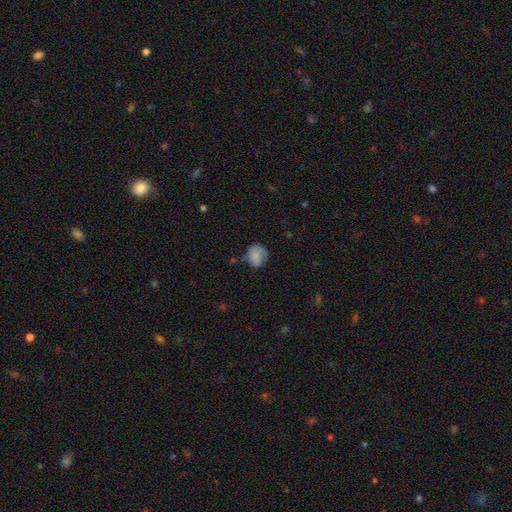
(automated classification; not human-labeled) Q: Smooth or featured?
A: smooth (71%); runner-up: featured or disk (20%)
Q: How rounded?
A: round (61%); runner-up: in between (38%)
Q: Merging?
A: none (48%); runner-up: minor disturbance (30%)